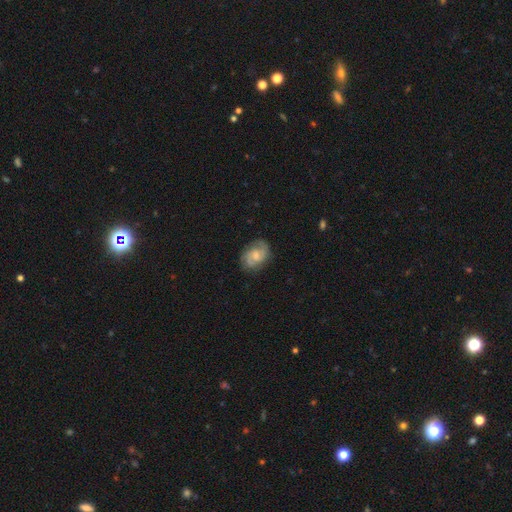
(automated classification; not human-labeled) featured or disk 66%, smooth 27%, star or artifact 7%. Down the decision tree: edge-on disk — no (97%); bar — no (54%); spiral arms — yes (91%); spiral arm count — 2 (71%); spiral winding — medium (45%); bulge size — moderate (45%); merging — none (75%).